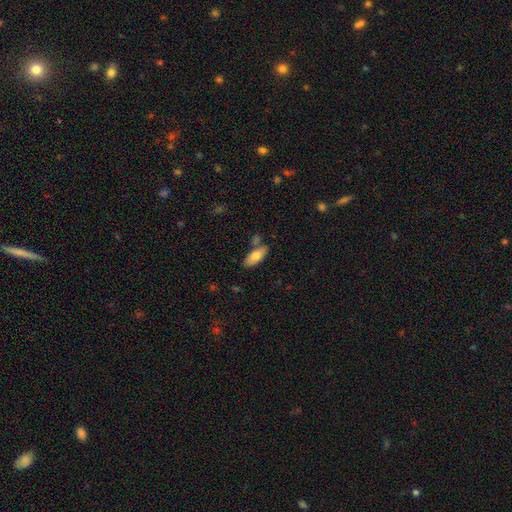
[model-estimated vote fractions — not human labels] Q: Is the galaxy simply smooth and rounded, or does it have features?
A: smooth — 76%.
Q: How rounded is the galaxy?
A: in between — 76%.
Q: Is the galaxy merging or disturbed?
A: none — 71%.